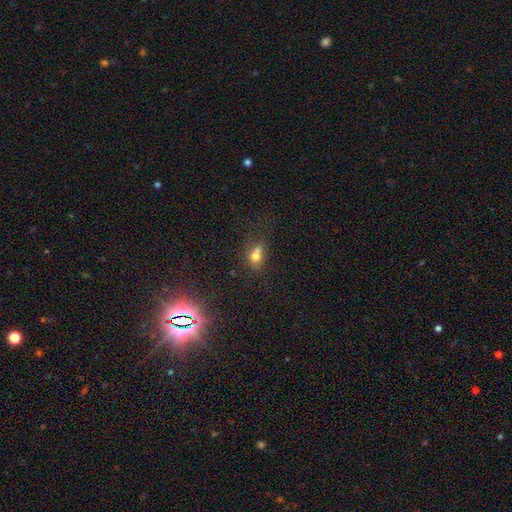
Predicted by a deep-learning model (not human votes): This appears to be a smooth galaxy with no disk features (69%) that is round (51%). Merging: merger (44%).